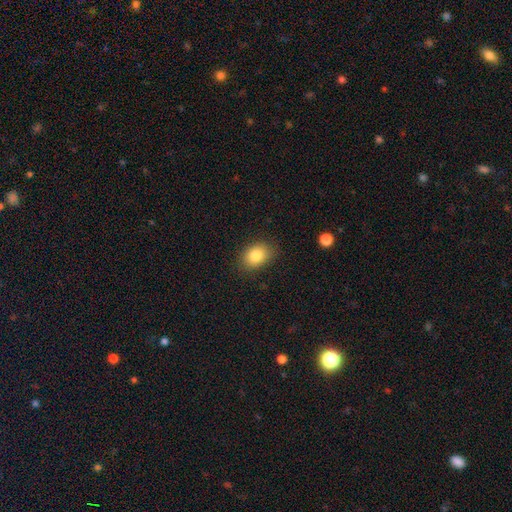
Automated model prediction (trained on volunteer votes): Smooth or featured?
  - smooth: 82% *
  - star or artifact: 9%
  - featured or disk: 8%
How rounded?
  - in between: 73% *
  - round: 26%
  - cigar-shaped: 1%
Merging?
  - none: 85% *
  - minor disturbance: 11%
  - major disturbance: 3%
  - merger: 1%